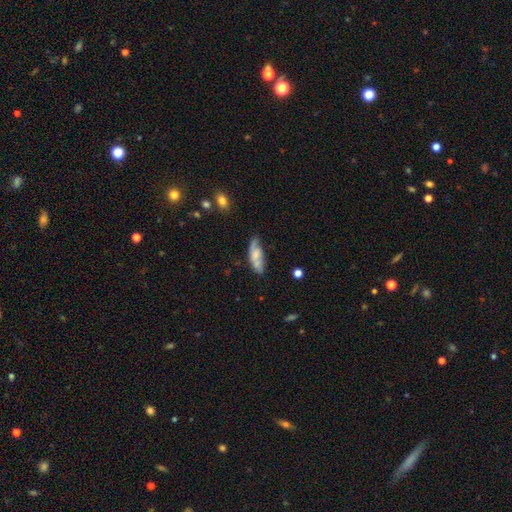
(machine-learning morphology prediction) Overall: smooth (55%; featured or disk 37%). How rounded: in between (65%; cigar-shaped 32%). Merging: none (49%; minor disturbance 28%).